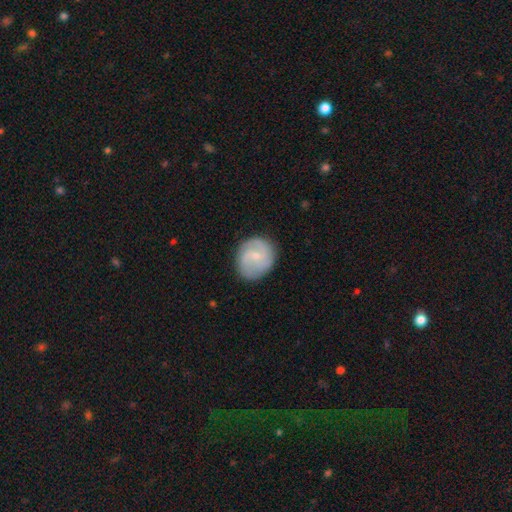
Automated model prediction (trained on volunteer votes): A featured or disk galaxy (61%) with a weak bar (47%), 2 (60%) medium (47%) spiral arms (88%) and a small central bulge (68%). Merging: none (80%).